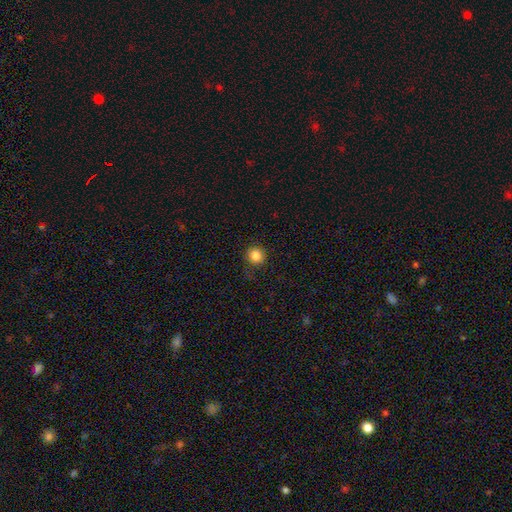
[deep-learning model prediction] Smooth or featured: smooth — 84% (star or artifact — 11%)
How rounded: round — 92% (in between — 7%)
Merging: none — 85% (minor disturbance — 11%)